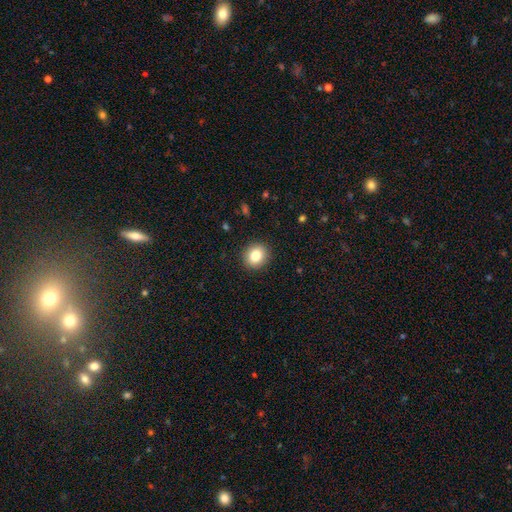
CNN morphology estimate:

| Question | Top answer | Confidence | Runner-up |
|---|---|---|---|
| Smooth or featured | smooth | 83% | star or artifact (10%) |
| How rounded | round | 82% | in between (17%) |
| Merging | none | 92% | minor disturbance (6%) |